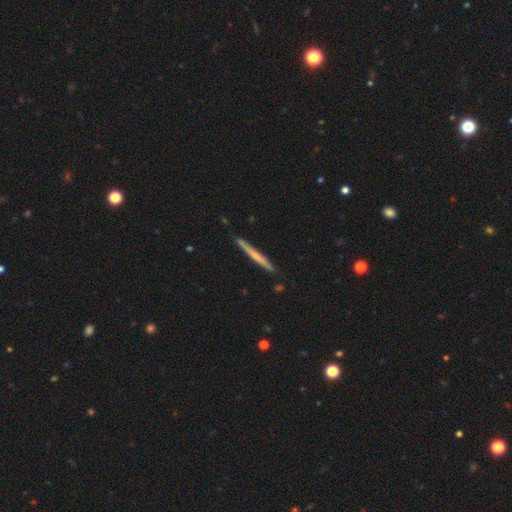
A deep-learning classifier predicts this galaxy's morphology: The model was most divided on "smooth or featured": featured or disk: 50%, smooth: 45%, star or artifact: 5%. More confident: merging — none (89%).